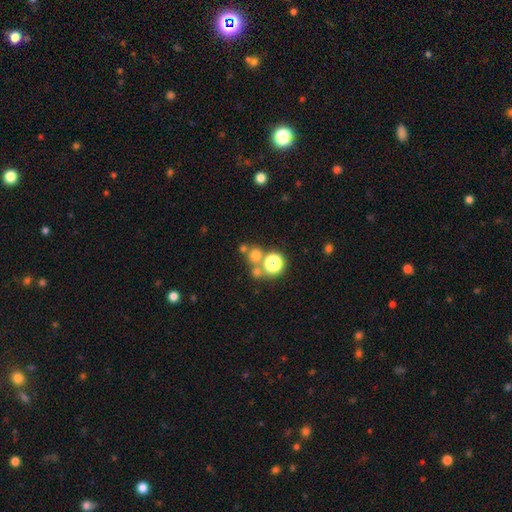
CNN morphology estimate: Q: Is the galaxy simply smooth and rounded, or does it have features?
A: smooth — 60%.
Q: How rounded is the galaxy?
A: round — 87%.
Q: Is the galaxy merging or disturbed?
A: none — 62%.